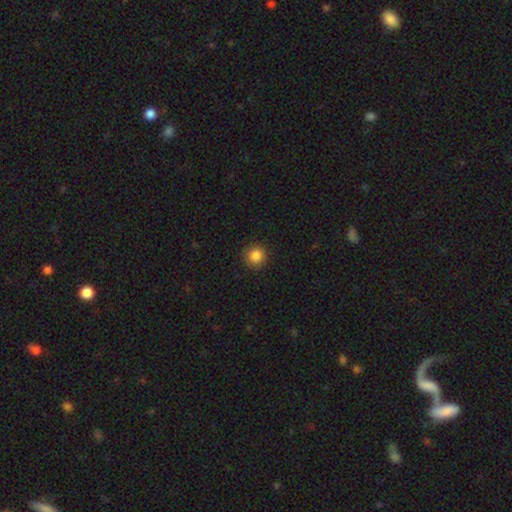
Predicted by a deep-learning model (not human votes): This is clearly a smooth galaxy (85%). How rounded: clearly round (92%). Merging: clearly none (89%).